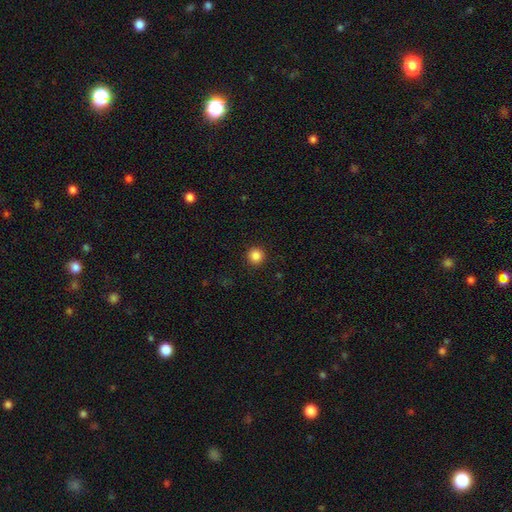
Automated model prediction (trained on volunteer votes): A smooth galaxy with no disk features (86%) that is round (95%).

Vote fractions:
- Smooth or featured? smooth: 86% / star or artifact: 11% / featured or disk: 3%
- How rounded? round: 95% / in between: 4% / cigar-shaped: 1%
- Merging? none: 93% / minor disturbance: 4% / major disturbance: 2% / merger: 1%